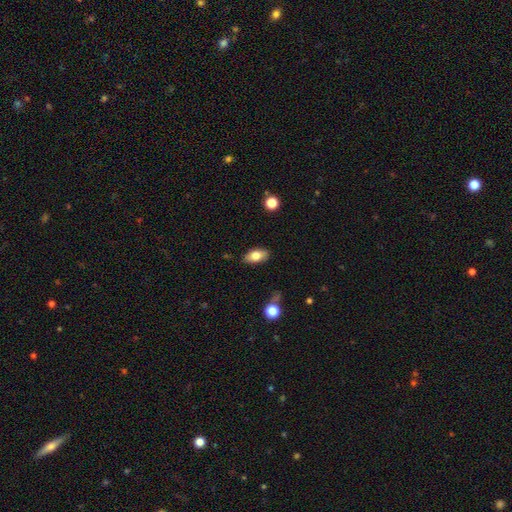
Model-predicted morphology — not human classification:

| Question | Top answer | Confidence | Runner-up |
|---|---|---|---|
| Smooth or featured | smooth | 78% | featured or disk (15%) |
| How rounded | in between | 90% | cigar-shaped (5%) |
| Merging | none | 82% | minor disturbance (14%) |